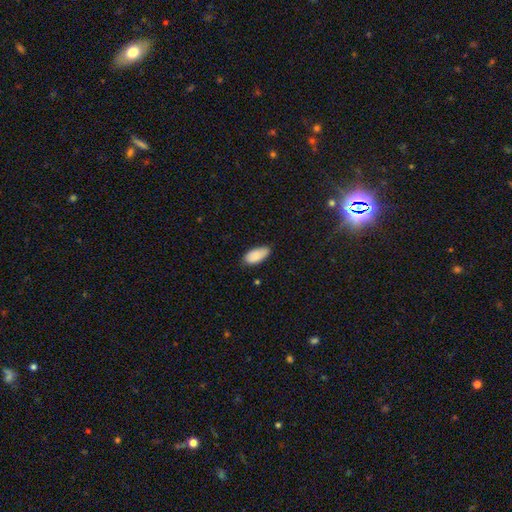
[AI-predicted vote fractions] Smooth or featured: smooth — 88% (star or artifact — 6%)
How rounded: in between — 92% (cigar-shaped — 7%)
Merging: none — 72% (minor disturbance — 23%)